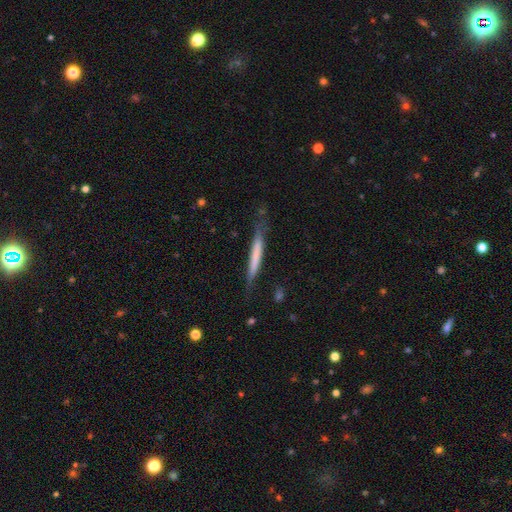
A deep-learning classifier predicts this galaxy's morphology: type=smooth (59%); roundness=cigar-shaped (96%); merging=none (71%).